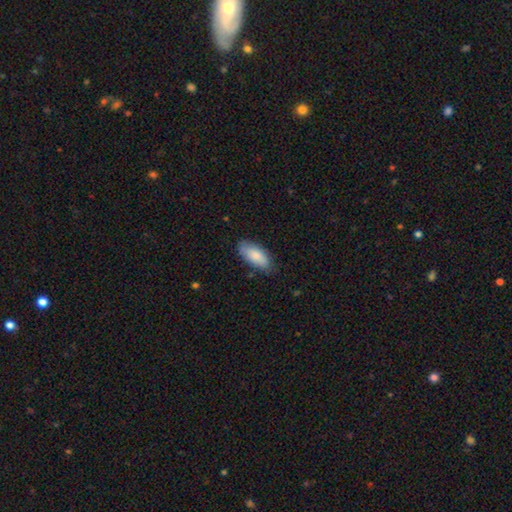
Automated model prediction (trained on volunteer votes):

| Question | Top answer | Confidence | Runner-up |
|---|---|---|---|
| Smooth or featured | smooth | 84% | featured or disk (10%) |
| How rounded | in between | 87% | cigar-shaped (11%) |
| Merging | none | 77% | minor disturbance (18%) |